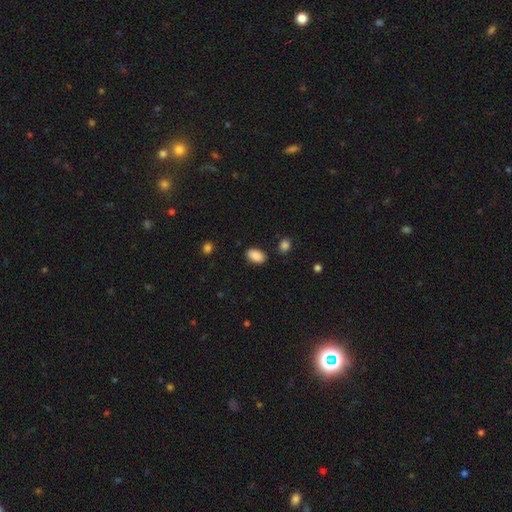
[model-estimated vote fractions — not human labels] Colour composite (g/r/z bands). It shows a smooth galaxy with no disk features (89%) that is in between round and cigar-shaped (92%). Merging: none (85%).